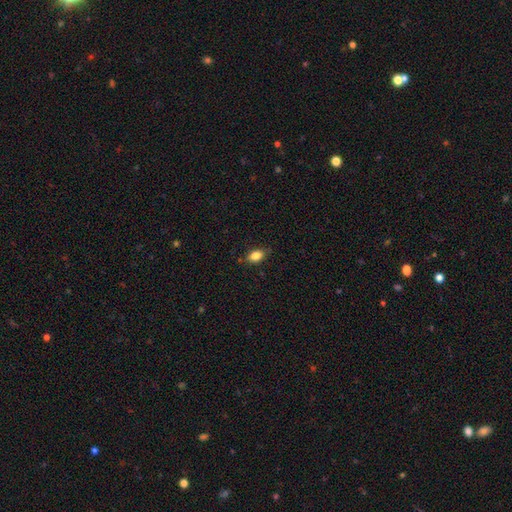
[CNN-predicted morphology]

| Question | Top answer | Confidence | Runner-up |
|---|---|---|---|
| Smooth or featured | smooth | 84% | star or artifact (9%) |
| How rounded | in between | 85% | round (13%) |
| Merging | none | 80% | minor disturbance (15%) |